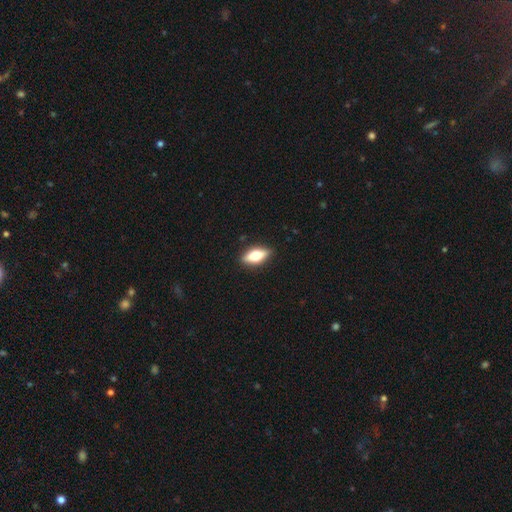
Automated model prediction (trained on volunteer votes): Smooth or featured? Predicted: smooth (p=0.65). How rounded? Predicted: in between (p=0.78). Merging? Predicted: none (p=0.88).